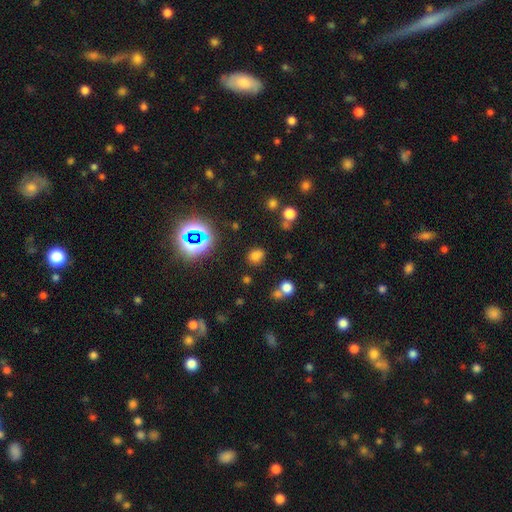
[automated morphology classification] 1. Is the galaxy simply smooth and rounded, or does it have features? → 66% smooth, 27% star or artifact, 7% featured or disk.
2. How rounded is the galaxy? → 54% round, 44% in between, 1% cigar-shaped.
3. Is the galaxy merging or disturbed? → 76% none, 12% minor disturbance, 7% merger, 4% major disturbance.